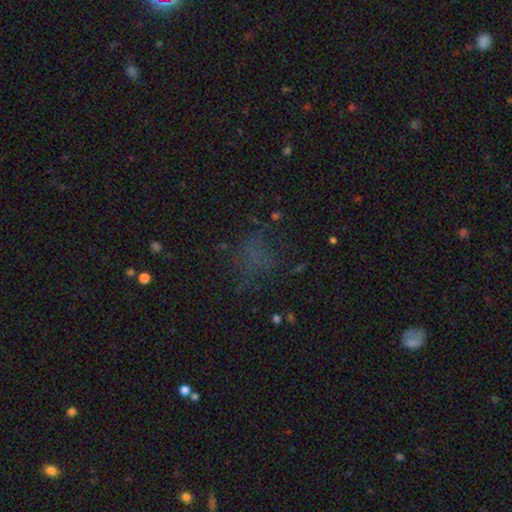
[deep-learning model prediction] This is marginally a smooth galaxy (43%). Merging: likely none (60%).